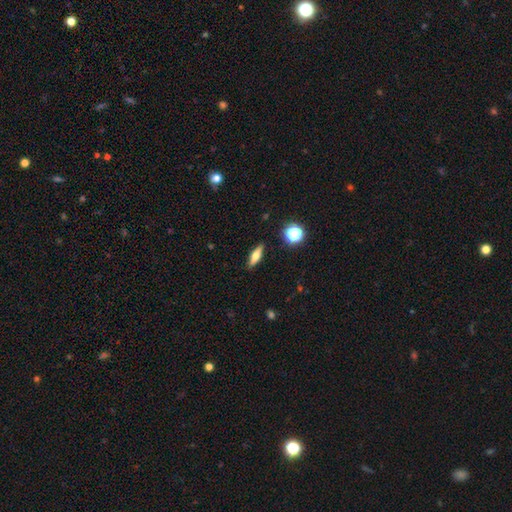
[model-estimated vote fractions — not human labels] This appears to be a smooth galaxy with no disk features (52%) that is cigar-shaped (52%). Merging: none (89%).